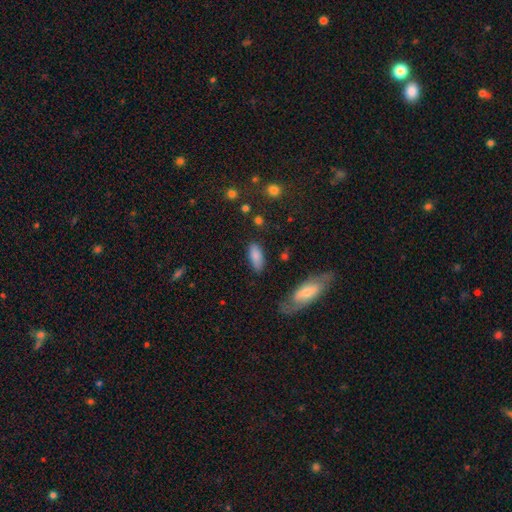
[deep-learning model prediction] A smooth galaxy with no disk features (84%) that is in between round and cigar-shaped (83%). Merging: none (79%).